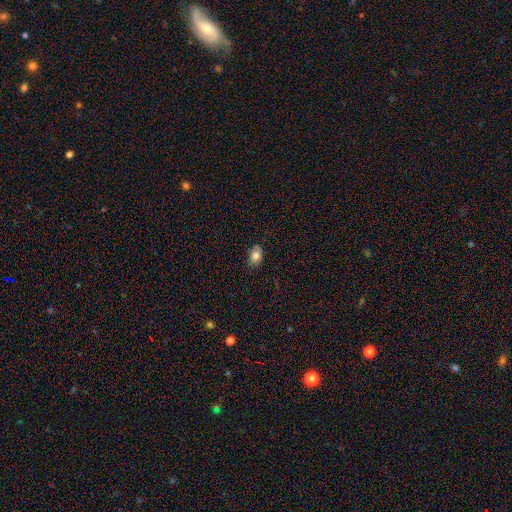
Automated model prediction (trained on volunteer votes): smooth-or-featured: smooth: 81% | featured or disk: 10% | star or artifact: 9%
  how-rounded: in between: 81% | round: 18% | cigar-shaped: 1%
  merging: none: 78% | minor disturbance: 18% | major disturbance: 3% | merger: 1%